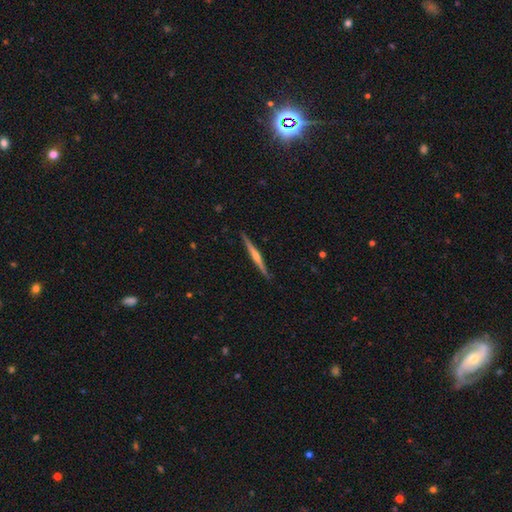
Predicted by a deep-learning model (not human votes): This appears to be a featured or disk galaxy (76%) viewed edge-on (98%) with a rounded central bulge (78%). Merging: none (91%).